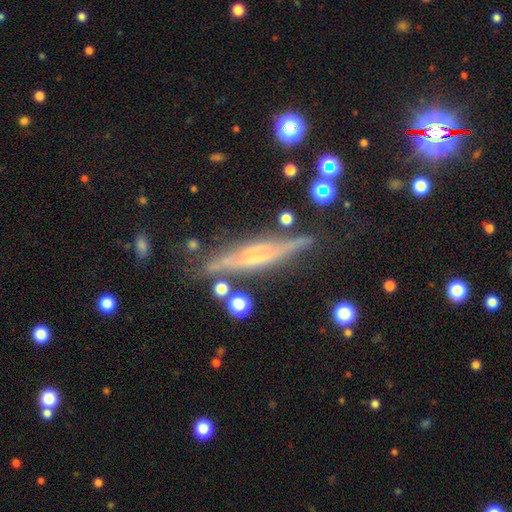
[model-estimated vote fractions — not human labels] This is likely a featured or disk galaxy (70%). It is clearly viewed edge-on (94%). Edge-on bulge: marginally rounded (44%). Merging: likely none (78%).